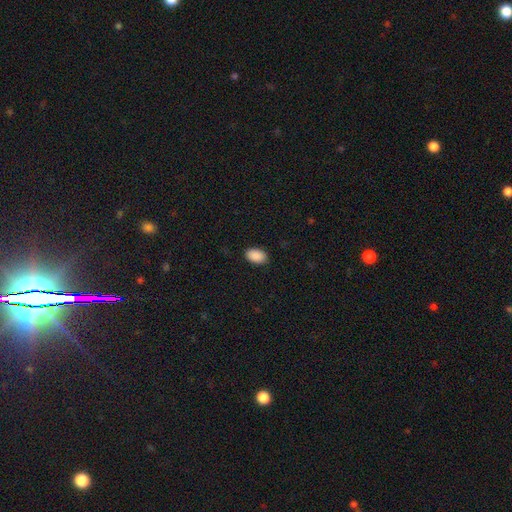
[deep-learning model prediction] The model was most divided on "merging": none: 88%, minor disturbance: 9%, major disturbance: 2%, merger: 1%. More confident: how rounded — in between (91%); smooth or featured — smooth (90%).